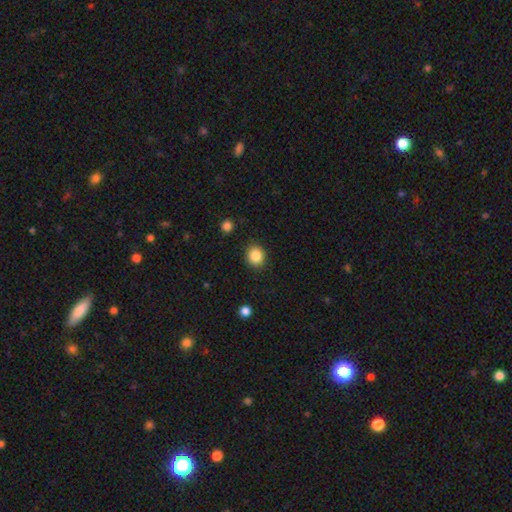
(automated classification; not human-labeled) Overall: smooth (86%). How rounded: round (80%). Merging: none (90%).